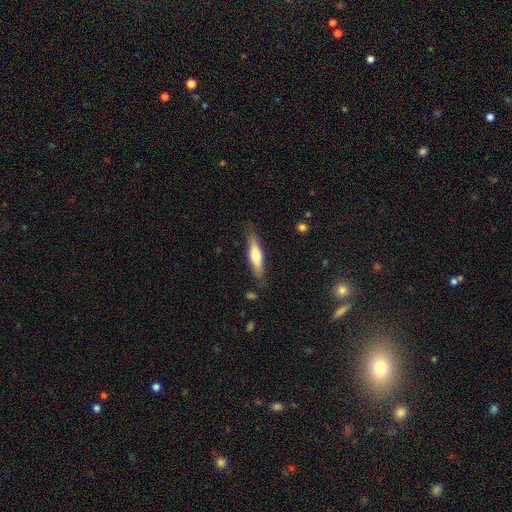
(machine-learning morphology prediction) A smooth galaxy with no disk features (55%) that is cigar-shaped (70%). Merging: none (83%).